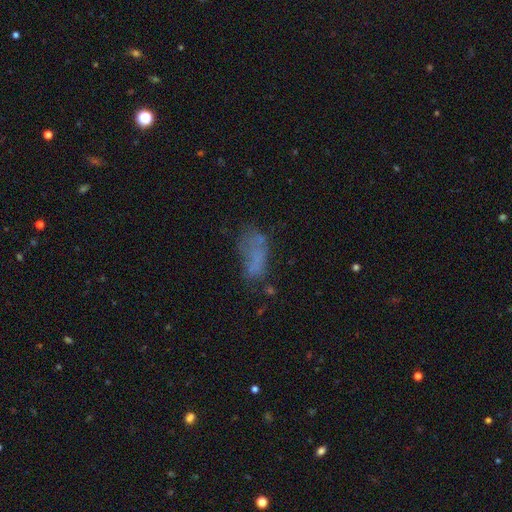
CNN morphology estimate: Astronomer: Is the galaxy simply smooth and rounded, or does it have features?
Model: smooth — 52% (runner-up: featured or disk, 29%).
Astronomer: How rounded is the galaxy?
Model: in between — 80%.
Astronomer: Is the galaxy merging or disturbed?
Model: none — 42% (runner-up: major disturbance, 26%).